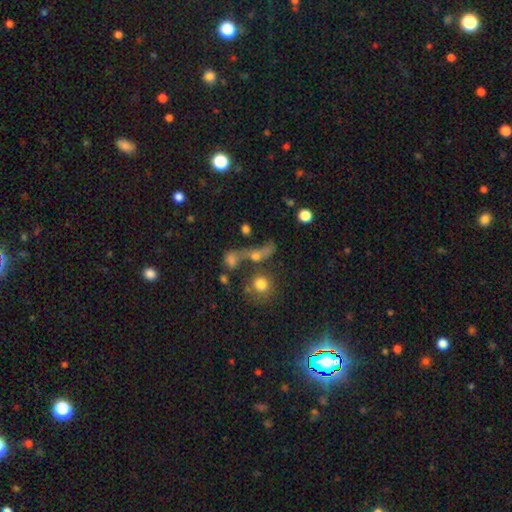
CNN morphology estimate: Q: Smooth or featured?
A: star or artifact (46%); runner-up: smooth (36%)